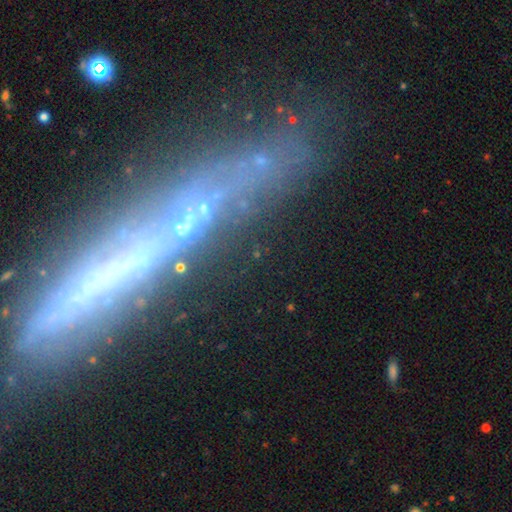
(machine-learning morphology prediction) smooth_or_featured: featured or disk (p=0.57) [alt: smooth p=0.22]
disk_edge_on: yes (p=0.73) [alt: no p=0.27]
merging: none (p=0.71) [alt: minor disturbance p=0.16]